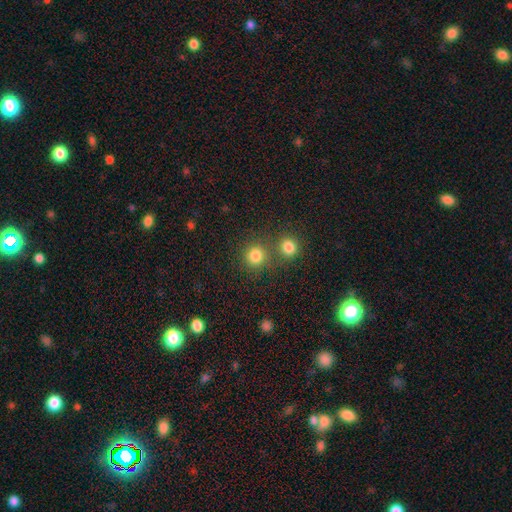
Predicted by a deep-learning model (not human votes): A smooth galaxy with no disk features (82%) that is round (91%). Merging: none (68%).